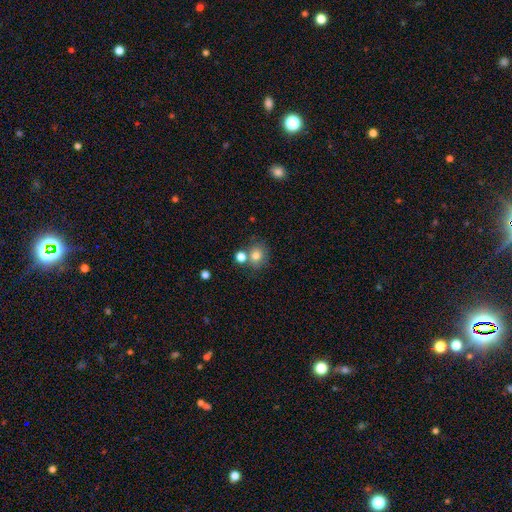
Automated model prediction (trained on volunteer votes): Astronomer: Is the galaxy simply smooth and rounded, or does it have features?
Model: smooth — 78%.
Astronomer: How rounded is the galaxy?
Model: round — 76%.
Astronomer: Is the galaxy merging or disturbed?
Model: none — 62%.